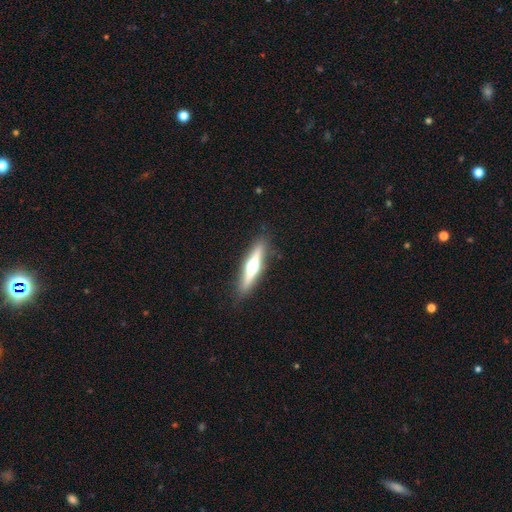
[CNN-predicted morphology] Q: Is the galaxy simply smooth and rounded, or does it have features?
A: featured or disk — 65%.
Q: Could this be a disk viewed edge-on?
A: yes — 96%.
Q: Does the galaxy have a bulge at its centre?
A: rounded — 94%.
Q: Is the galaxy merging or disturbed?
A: none — 89%.